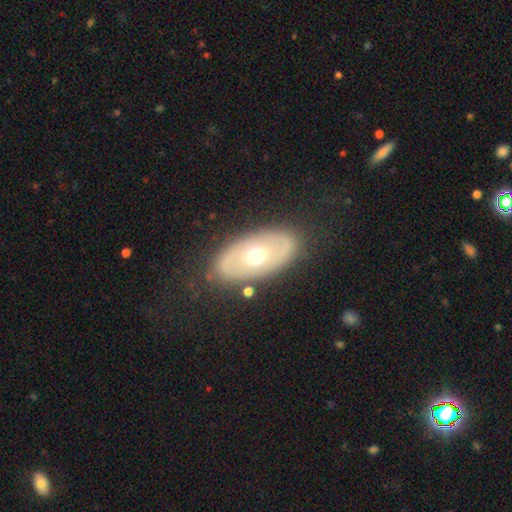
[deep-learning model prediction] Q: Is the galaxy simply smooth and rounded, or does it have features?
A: featured or disk — 53%.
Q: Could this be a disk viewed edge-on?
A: no — 87%.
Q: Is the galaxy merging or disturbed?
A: none — 83%.